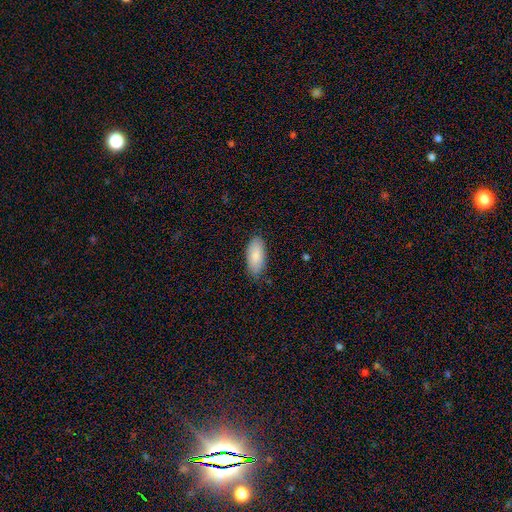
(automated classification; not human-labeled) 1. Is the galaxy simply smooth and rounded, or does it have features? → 86% smooth, 9% featured or disk, 6% star or artifact.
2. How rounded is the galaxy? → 89% in between, 9% cigar-shaped, 2% round.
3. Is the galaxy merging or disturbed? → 81% none, 15% minor disturbance, 3% major disturbance, 1% merger.